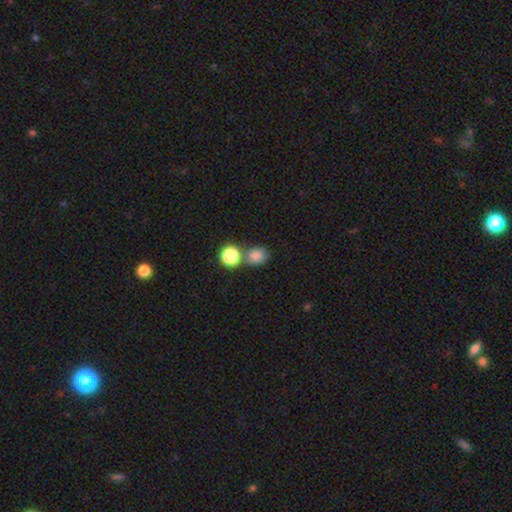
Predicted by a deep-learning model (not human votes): This appears to be a smooth galaxy with no disk features (81%) that is round (62%). Merging: none (57%).